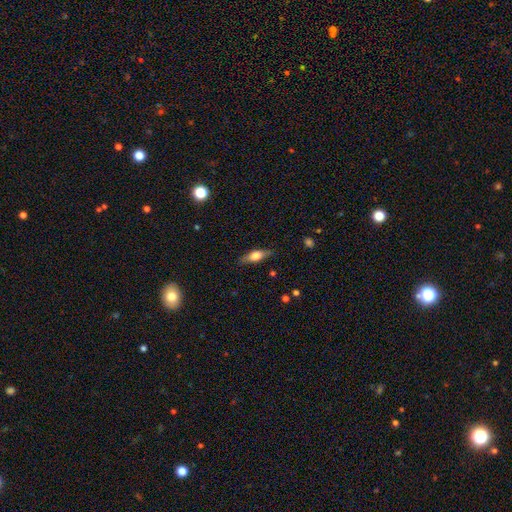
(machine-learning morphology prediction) Q: Smooth or featured?
A: smooth (56%); runner-up: featured or disk (36%)
Q: How rounded?
A: in between (61%); runner-up: cigar-shaped (35%)
Q: Merging?
A: none (80%); runner-up: minor disturbance (15%)